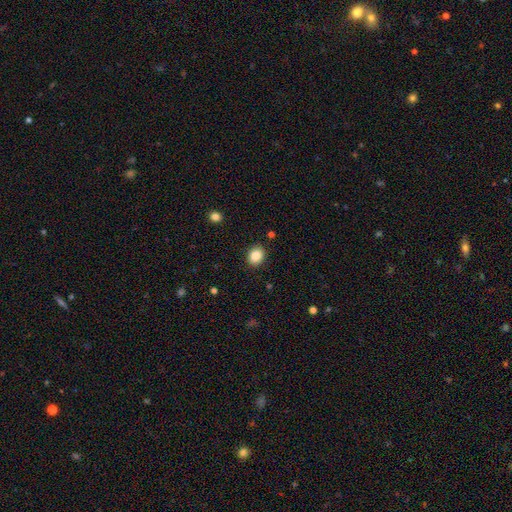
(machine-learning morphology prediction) The model was most divided on "how rounded": round: 50%, in between: 49%, cigar-shaped: 1%. More confident: merging — none (89%); smooth or featured — smooth (87%).